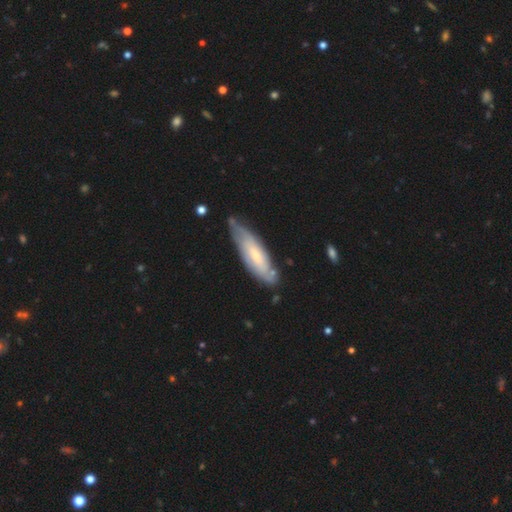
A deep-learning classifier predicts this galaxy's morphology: smooth_or_featured: featured or disk (p=0.52) [alt: smooth p=0.42]
disk_edge_on: no (p=0.67) [alt: yes p=0.33]
merging: none (p=0.65) [alt: minor disturbance p=0.26]